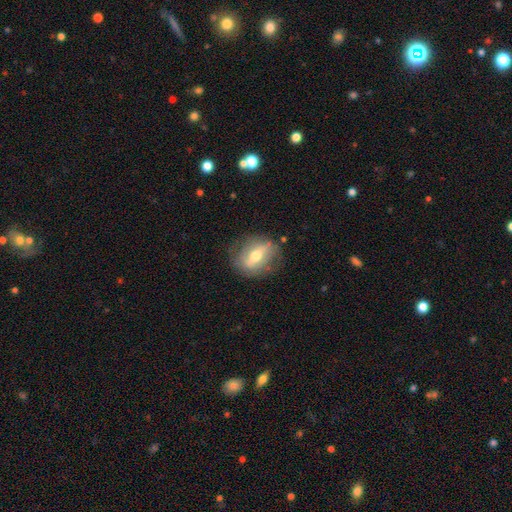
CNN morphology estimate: A featured or disk galaxy (56%). Merging: none (75%).